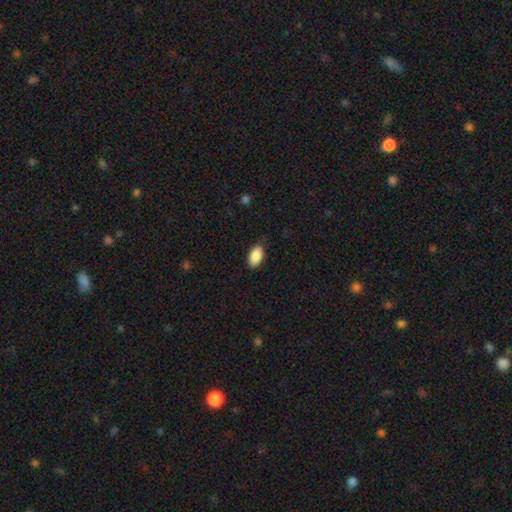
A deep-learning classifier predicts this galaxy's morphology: A smooth galaxy with no disk features (88%) that is in between round and cigar-shaped (95%). Merging: none (84%).